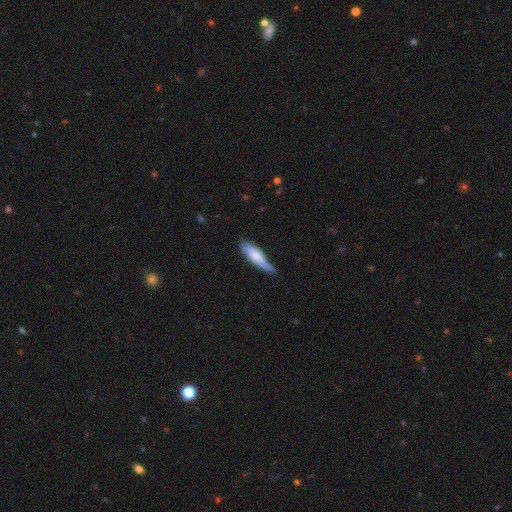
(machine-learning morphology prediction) type=smooth (68%); roundness=cigar-shaped (64%); merging=none (50%).